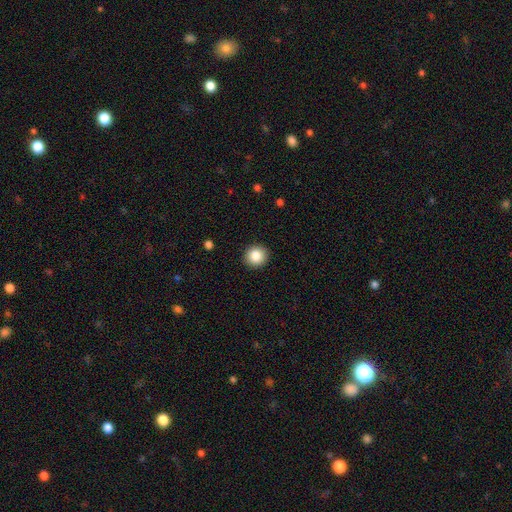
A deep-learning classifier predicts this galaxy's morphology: Q: Smooth or featured?
A: smooth (85%); runner-up: star or artifact (9%)
Q: How rounded?
A: round (90%); runner-up: in between (9%)
Q: Merging?
A: none (92%); runner-up: minor disturbance (5%)